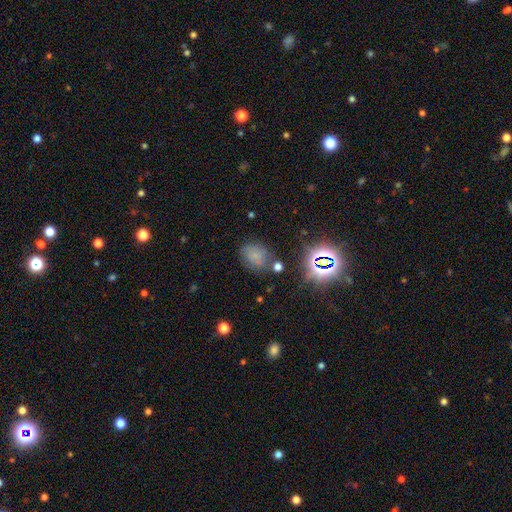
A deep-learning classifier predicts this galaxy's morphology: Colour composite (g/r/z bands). It shows a smooth galaxy with no disk features (63%) that is in between round and cigar-shaped (63%). Merging: none (67%).